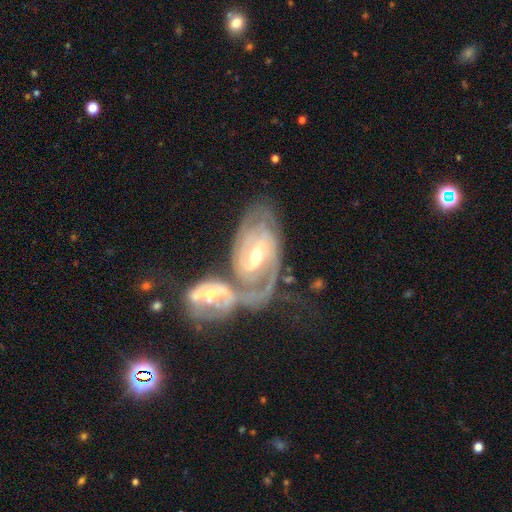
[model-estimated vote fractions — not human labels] A featured or disk galaxy (89%) with a weak bar (47%), 2 (54%) tight (64%) spiral arms (96%) and a moderate central bulge (57%).

Vote fractions:
- Smooth or featured? featured or disk: 89% / smooth: 6% / star or artifact: 5%
- Edge-on disk? no: 96% / yes: 4%
- Bar? weak: 47% / strong: 27% / no: 27%
- Spiral arms? yes: 96% / no: 4%
- Spiral winding? tight: 64% / medium: 30% / loose: 7%
- Spiral arm count? 2: 54% / can't tell: 23% / 3: 12% / 1: 4% / 4: 4% / more than 4: 3%
- Bulge size? moderate: 57% / small: 39% / large: 3% / none: 1% / dominant: 1%
- Merging? merger: 57% / none: 24% / minor disturbance: 10% / major disturbance: 8%